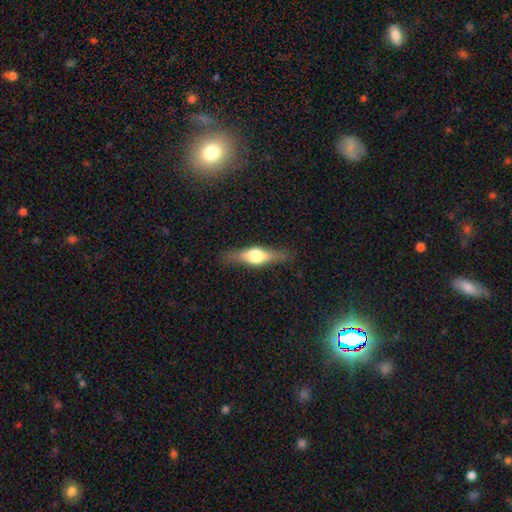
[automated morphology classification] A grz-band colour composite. It shows a featured or disk galaxy (58%) viewed edge-on (93%) with a rounded central bulge (92%). Merging: none (83%).